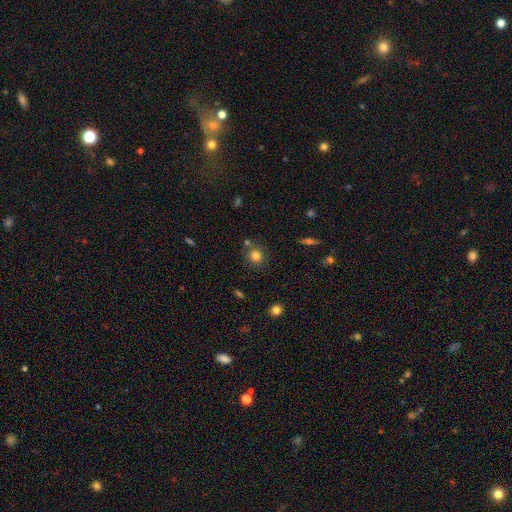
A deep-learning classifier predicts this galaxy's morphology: Smooth or featured? Predicted: smooth (p=0.79). How rounded? Predicted: round (p=0.85). Merging? Predicted: none (p=0.75).